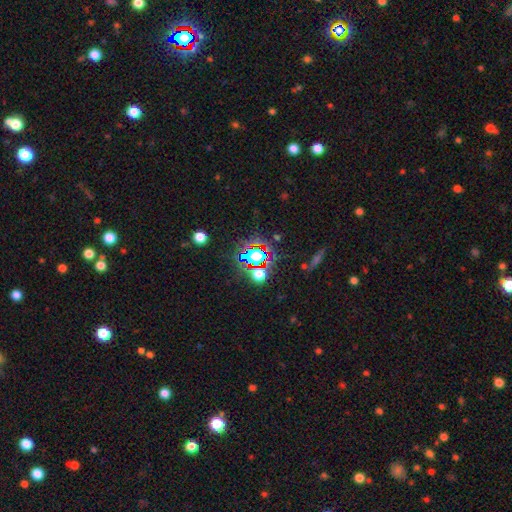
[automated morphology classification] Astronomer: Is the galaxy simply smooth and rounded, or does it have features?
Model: star or artifact — 62%.